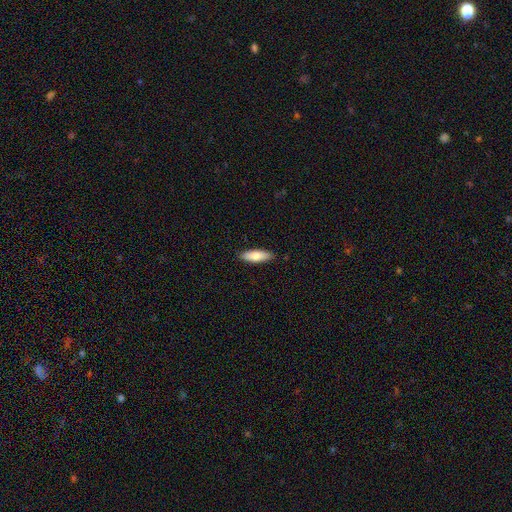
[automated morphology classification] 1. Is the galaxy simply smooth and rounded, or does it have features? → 75% smooth, 19% featured or disk, 6% star or artifact.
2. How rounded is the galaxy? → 58% in between, 40% cigar-shaped, 2% round.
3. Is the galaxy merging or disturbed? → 88% none, 9% minor disturbance, 2% major disturbance, 1% merger.